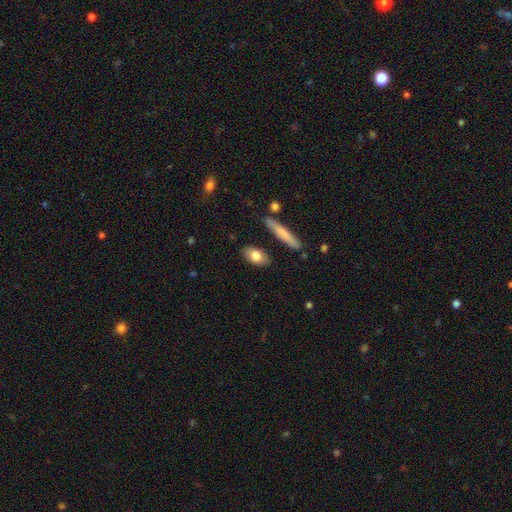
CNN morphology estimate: The model was most divided on "smooth or featured": smooth: 77%, featured or disk: 17%, star or artifact: 6%. More confident: merging — none (83%); how rounded — in between (82%).